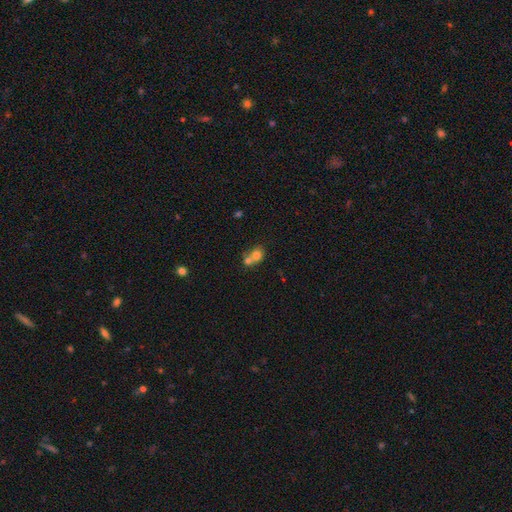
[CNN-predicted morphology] smooth_or_featured: smooth (p=0.72) [alt: featured or disk p=0.16]
how_rounded: round (p=0.70) [alt: in between p=0.29]
merging: merger (p=0.60) [alt: none p=0.30]